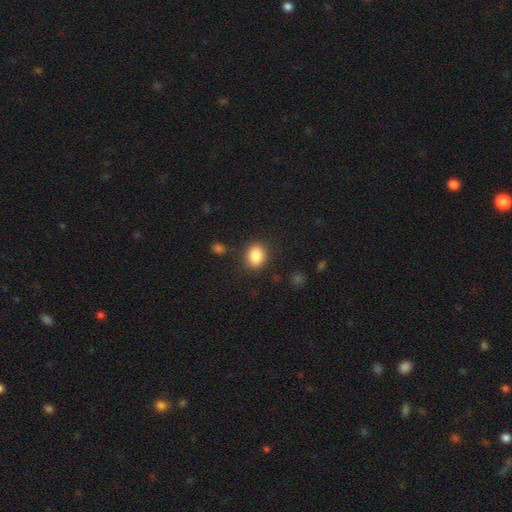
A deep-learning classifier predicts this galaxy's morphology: Smooth or featured? Predicted: smooth (p=0.87). How rounded? Predicted: in between (p=0.51). Merging? Predicted: none (p=0.86).